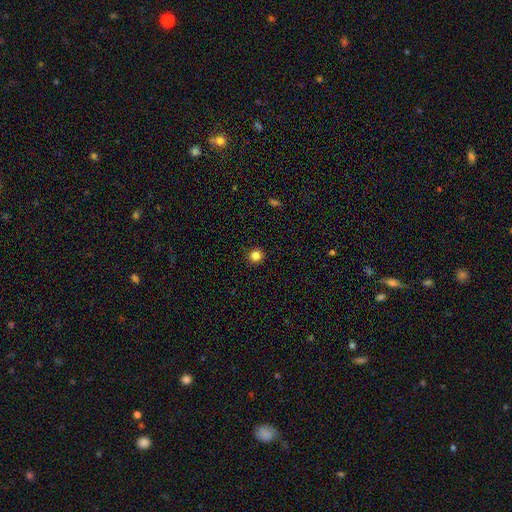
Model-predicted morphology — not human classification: Smooth or featured: smooth — 84% (star or artifact — 12%)
How rounded: round — 94% (in between — 5%)
Merging: none — 93% (minor disturbance — 5%)